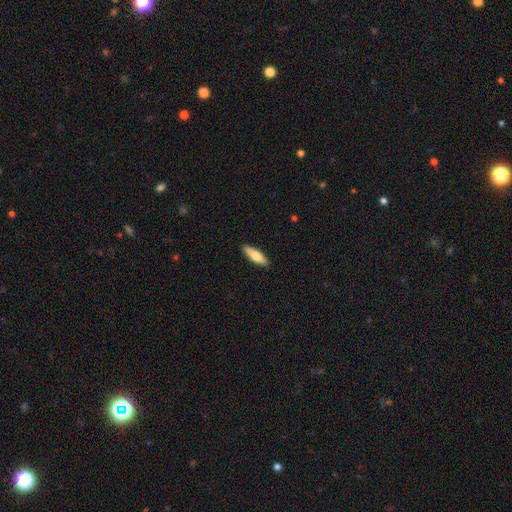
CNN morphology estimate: smooth 70%, featured or disk 25%, star or artifact 5%. Down the decision tree: how rounded — cigar-shaped (53%); merging — none (90%).